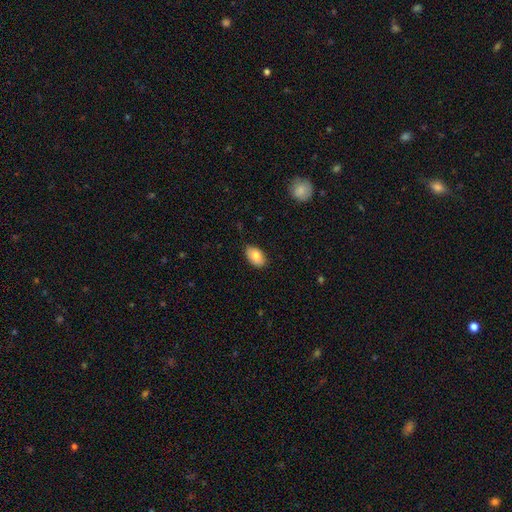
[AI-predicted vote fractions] smooth_or_featured: smooth (p=0.81) [alt: featured or disk p=0.12]
how_rounded: in between (p=0.91) [alt: round p=0.08]
merging: none (p=0.82) [alt: minor disturbance p=0.14]